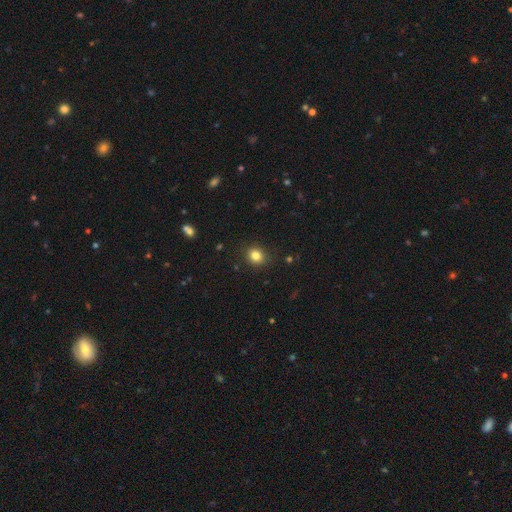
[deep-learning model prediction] Smooth or featured: smooth — 82% (star or artifact — 12%)
How rounded: round — 71% (in between — 28%)
Merging: none — 87% (minor disturbance — 9%)